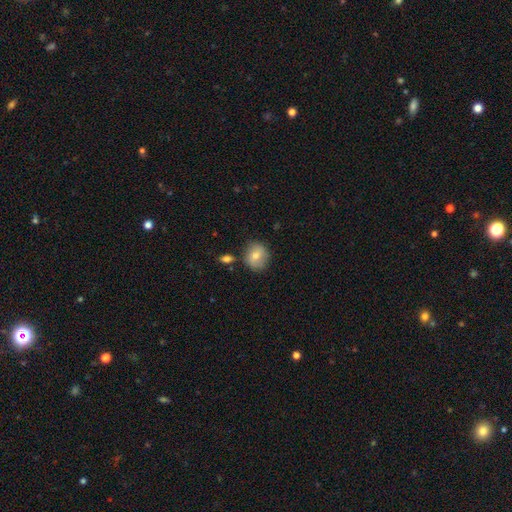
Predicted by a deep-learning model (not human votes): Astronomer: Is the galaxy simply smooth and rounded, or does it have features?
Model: smooth — 74%.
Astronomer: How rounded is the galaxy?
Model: round — 74%.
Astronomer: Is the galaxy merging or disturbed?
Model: none — 76%.